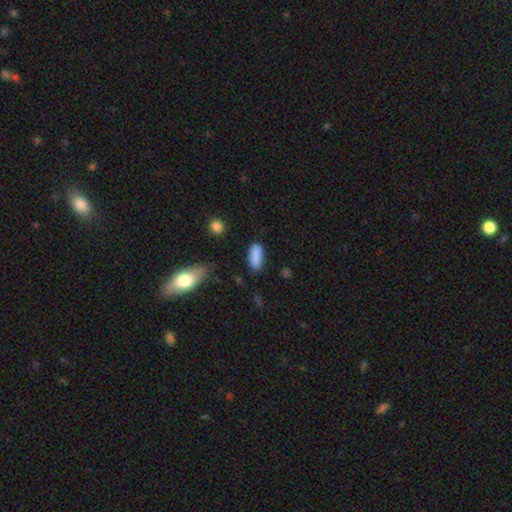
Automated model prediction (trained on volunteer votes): Smooth or featured? Predicted: smooth (p=0.87). How rounded? Predicted: in between (p=0.77). Merging? Predicted: none (p=0.75).